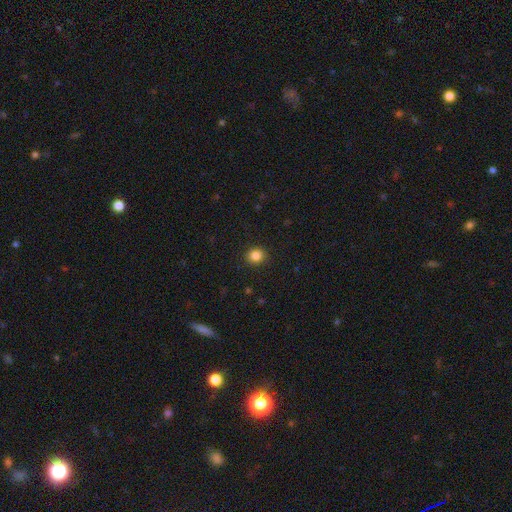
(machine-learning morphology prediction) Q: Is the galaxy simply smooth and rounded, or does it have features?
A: smooth — 85%.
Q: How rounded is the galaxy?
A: round — 86%.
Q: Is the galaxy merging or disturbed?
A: none — 92%.